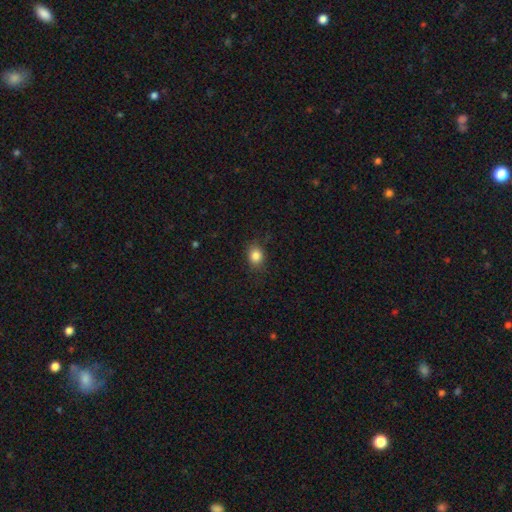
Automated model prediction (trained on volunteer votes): Smooth or featured? smooth (84%)
How rounded? round (53%)
Merging? none (81%)